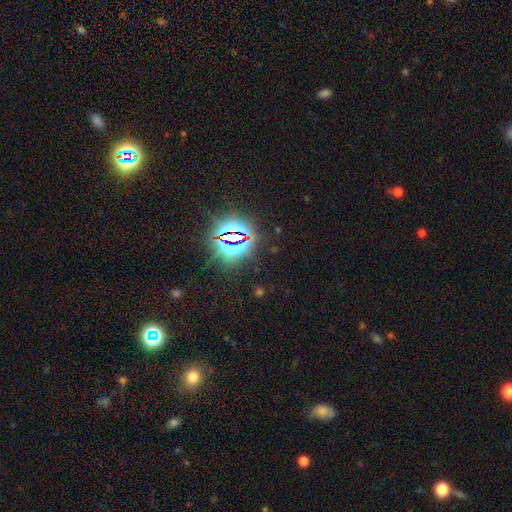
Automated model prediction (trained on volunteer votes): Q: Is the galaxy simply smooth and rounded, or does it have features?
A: star or artifact — 80%.